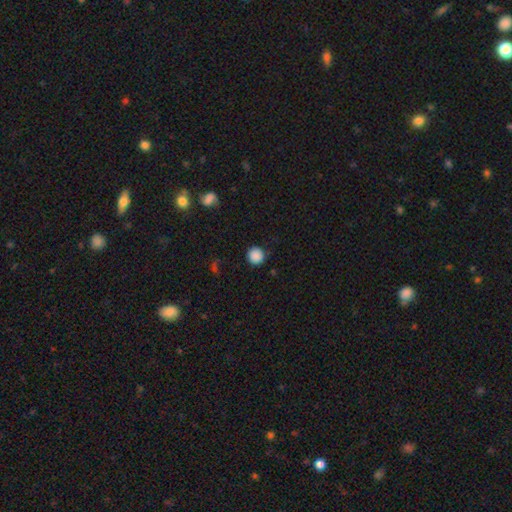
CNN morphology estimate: A smooth galaxy with no disk features (88%) that is round (94%). Merging: none (89%).